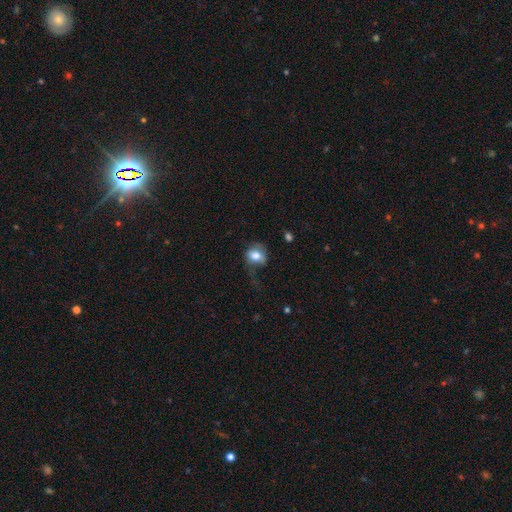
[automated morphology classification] type=smooth (73%); roundness=round (54%); merging=none (36%).